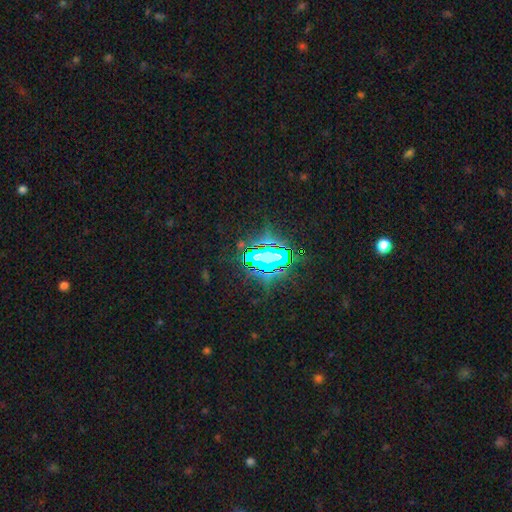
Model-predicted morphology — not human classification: This is clearly a star or artifact rather than a galaxy (83%).